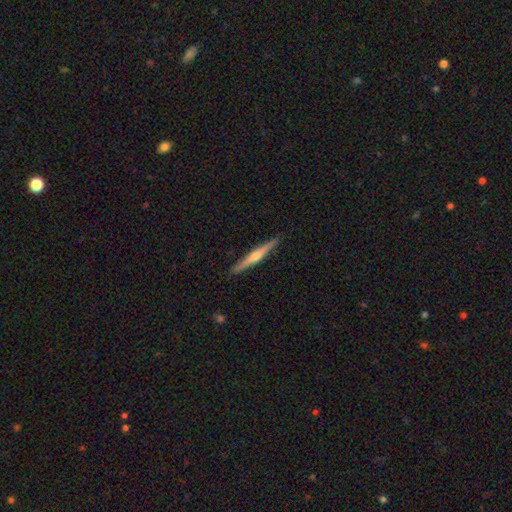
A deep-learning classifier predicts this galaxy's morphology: Overall: featured or disk (67%; smooth 28%). Edge-on disk: yes (98%). Edge-on bulge: rounded (82%). Merging: none (91%).